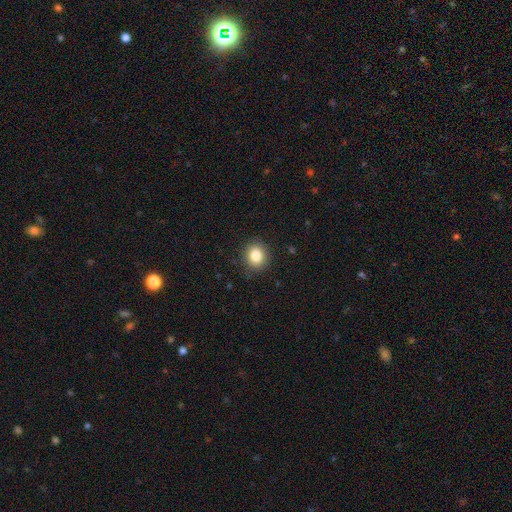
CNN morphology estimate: A smooth galaxy with no disk features (84%) that is round (74%). Merging: none (86%).